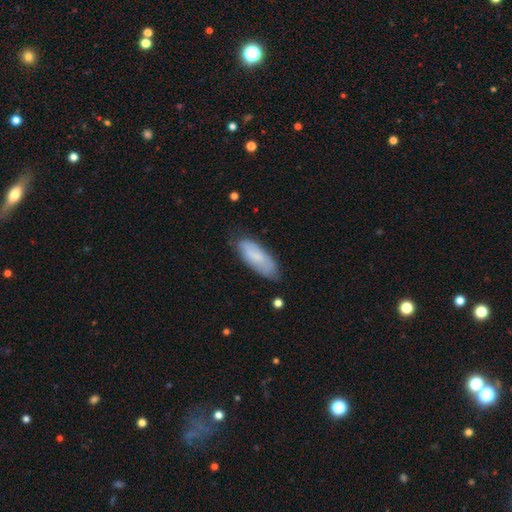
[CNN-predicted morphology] This appears to be a smooth galaxy with no disk features (73%) that is in between round and cigar-shaped (73%). Merging: none (71%).